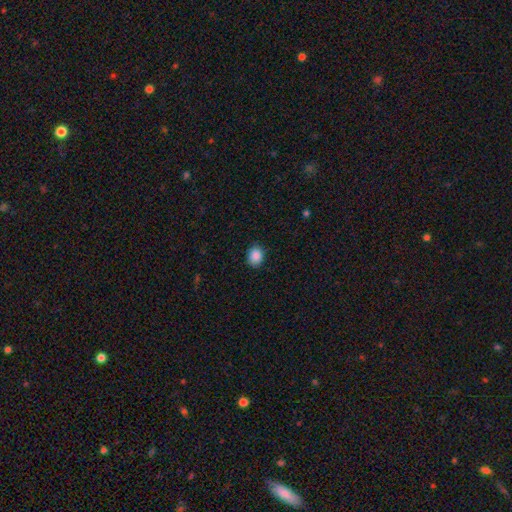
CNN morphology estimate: smooth 88%, star or artifact 9%, featured or disk 3%. Down the decision tree: how rounded — round (50%); merging — none (87%).